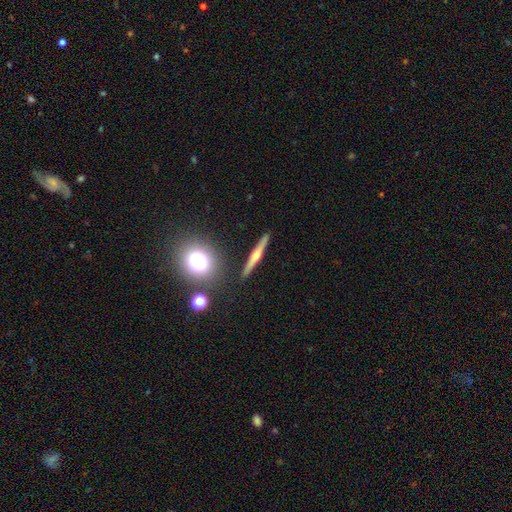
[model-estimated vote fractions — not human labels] featured or disk 67%, smooth 25%, star or artifact 9%. Down the decision tree: edge-on disk — yes (97%); edge-on bulge — rounded (86%); merging — none (90%).